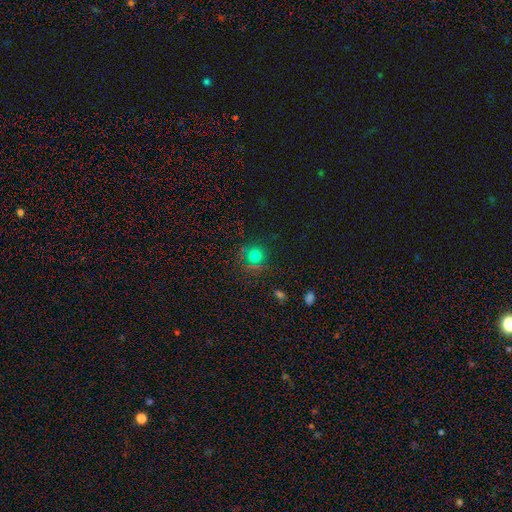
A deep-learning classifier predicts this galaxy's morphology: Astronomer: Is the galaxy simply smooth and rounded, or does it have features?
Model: smooth — 71%.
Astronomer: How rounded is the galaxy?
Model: round — 91%.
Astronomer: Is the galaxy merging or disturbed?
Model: none — 79%.